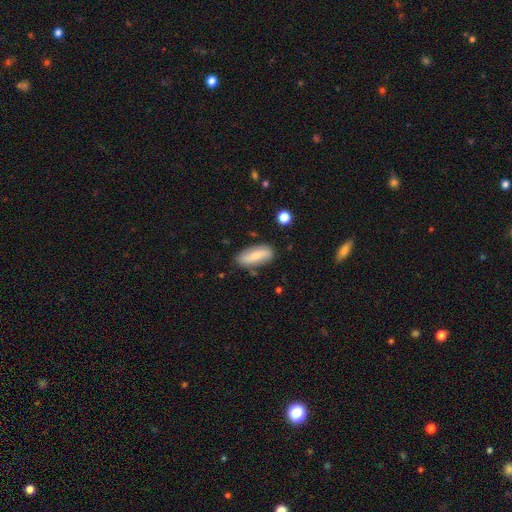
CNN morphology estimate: Smooth or featured? smooth (67%)
How rounded? in between (71%)
Merging? none (81%)